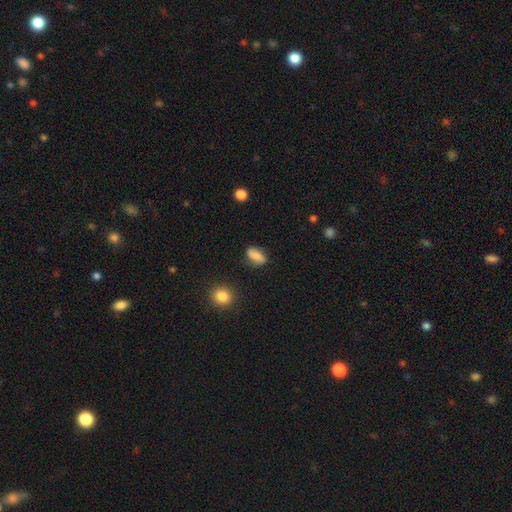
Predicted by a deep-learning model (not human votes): Smooth or featured? Predicted: smooth (p=0.73). How rounded? Predicted: in between (p=0.82). Merging? Predicted: none (p=0.76).